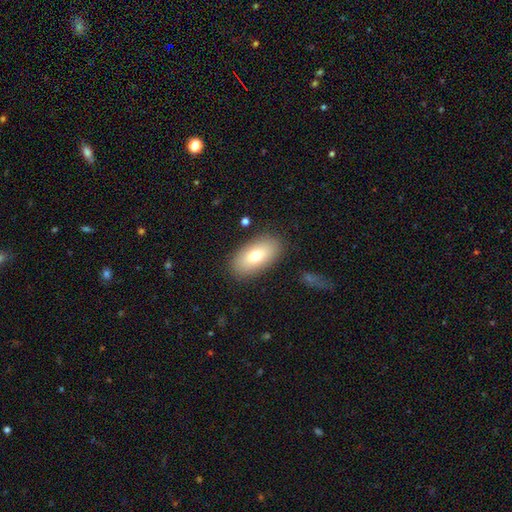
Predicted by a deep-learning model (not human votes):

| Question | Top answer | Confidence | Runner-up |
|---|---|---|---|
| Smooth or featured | smooth | 73% | featured or disk (20%) |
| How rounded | in between | 92% | round (4%) |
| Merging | none | 86% | minor disturbance (9%) |